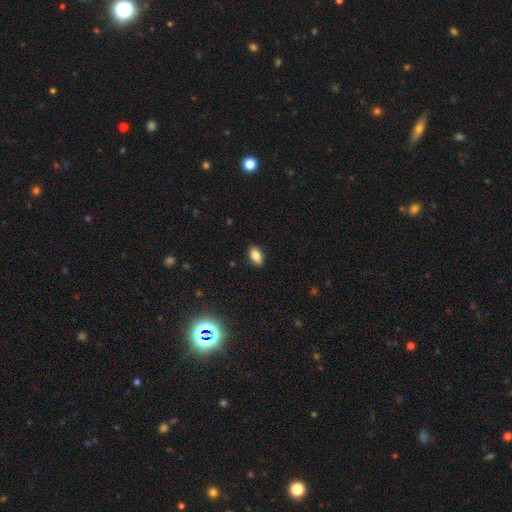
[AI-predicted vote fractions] Smooth or featured? smooth (81%)
How rounded? in between (90%)
Merging? none (89%)